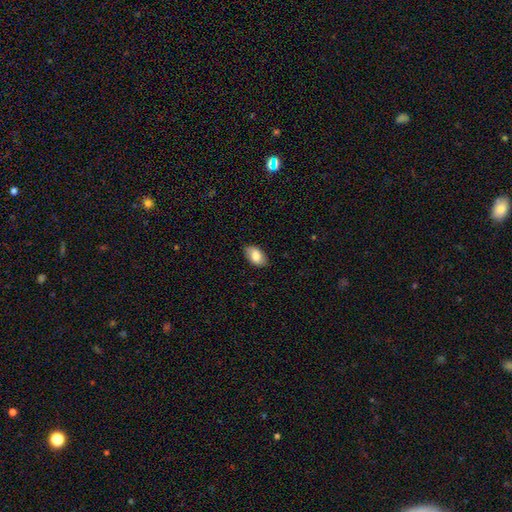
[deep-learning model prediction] A smooth galaxy with no disk features (79%) that is in between round and cigar-shaped (93%).

Vote fractions:
- Smooth or featured? smooth: 79% / featured or disk: 14% / star or artifact: 7%
- How rounded? in between: 93% / round: 6% / cigar-shaped: 1%
- Merging? none: 84% / minor disturbance: 13% / major disturbance: 2% / merger: 1%